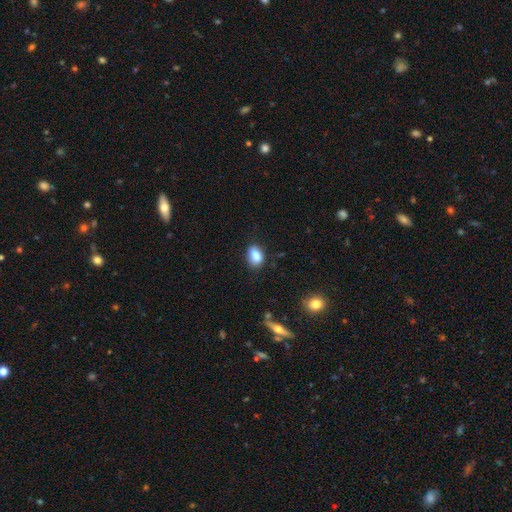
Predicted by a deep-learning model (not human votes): Smooth or featured?
  - smooth: 85% *
  - star or artifact: 8%
  - featured or disk: 7%
How rounded?
  - in between: 83% *
  - round: 15%
  - cigar-shaped: 2%
Merging?
  - none: 77% *
  - minor disturbance: 17%
  - major disturbance: 4%
  - merger: 2%